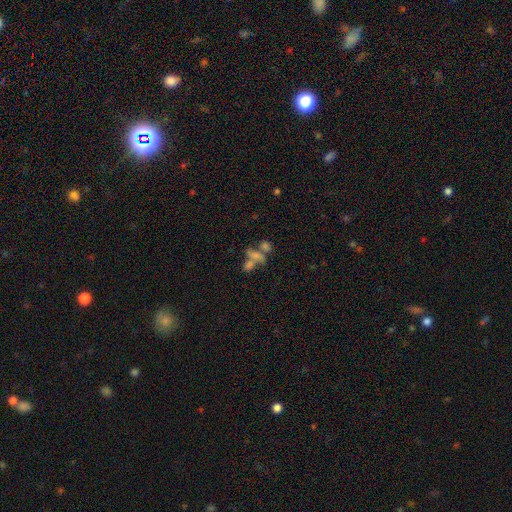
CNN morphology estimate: smooth-or-featured: smooth: 45% | featured or disk: 32% | star or artifact: 23%
  merging: merger: 49% | none: 30% | major disturbance: 12% | minor disturbance: 10%